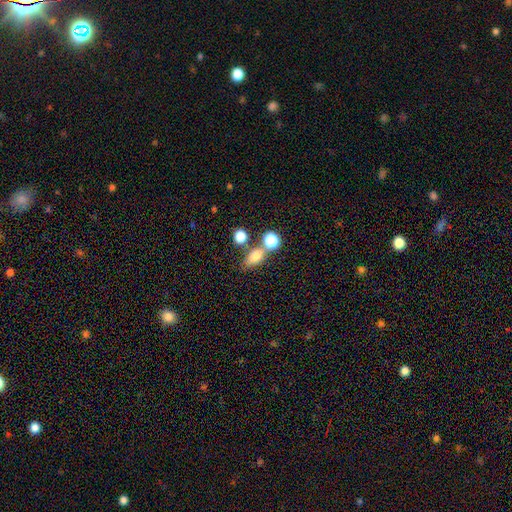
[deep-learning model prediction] smooth_or_featured: smooth (p=0.74) [alt: star or artifact p=0.14]
how_rounded: in between (p=0.67) [alt: round p=0.26]
merging: none (p=0.56) [alt: merger p=0.26]